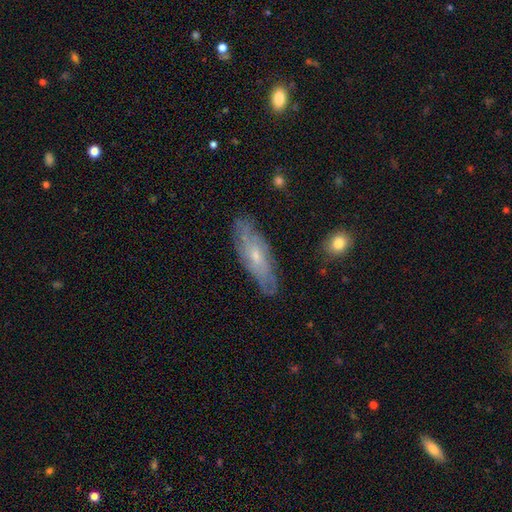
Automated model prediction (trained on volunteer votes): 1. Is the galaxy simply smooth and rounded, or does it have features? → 66% featured or disk, 27% smooth, 7% star or artifact.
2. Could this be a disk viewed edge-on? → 77% no, 23% yes.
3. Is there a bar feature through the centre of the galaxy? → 70% no, 26% weak, 4% strong.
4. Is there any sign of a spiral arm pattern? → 82% yes, 18% no.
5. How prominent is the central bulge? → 63% small, 32% moderate, 3% none, 1% large, 1% dominant.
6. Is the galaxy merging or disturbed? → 78% none, 17% minor disturbance, 4% major disturbance, 1% merger.